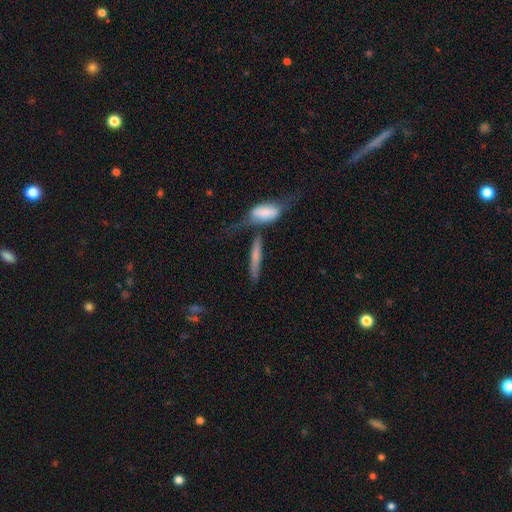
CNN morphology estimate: smooth 56%, featured or disk 36%, star or artifact 8%. Down the decision tree: how rounded — cigar-shaped (78%); merging — none (41%).